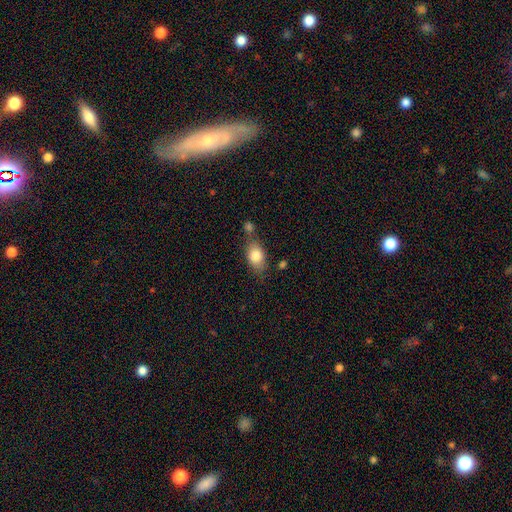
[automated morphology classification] A smooth galaxy with no disk features (80%) that is in between round and cigar-shaped (84%). Merging: none (59%).